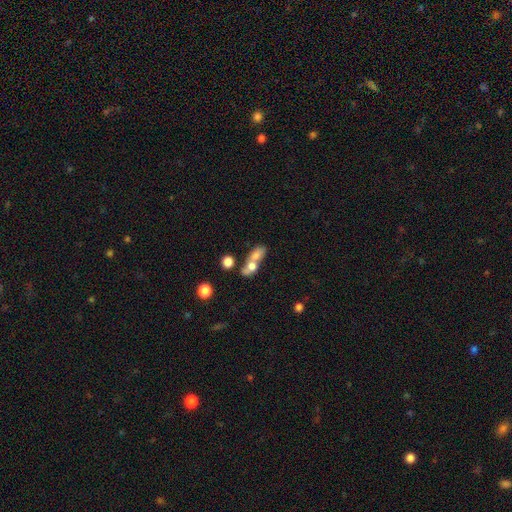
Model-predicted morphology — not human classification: smooth 65%, featured or disk 25%, star or artifact 10%. Down the decision tree: how rounded — in between (64%); merging — merger (63%).